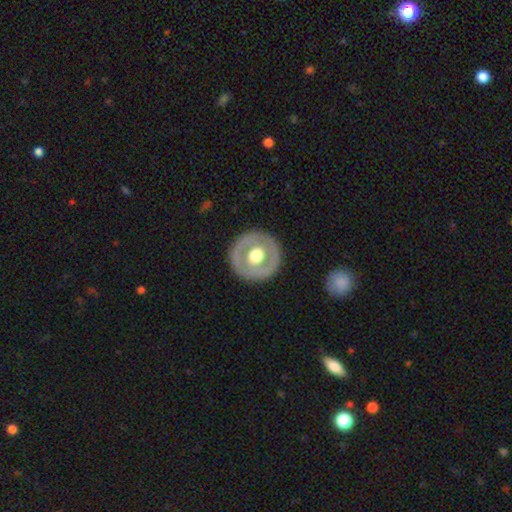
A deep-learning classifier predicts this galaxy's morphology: smooth_or_featured: featured or disk (p=0.55) [alt: smooth p=0.40]
disk_edge_on: no (p=0.94) [alt: yes p=0.06]
bar: no (p=0.85) [alt: weak p=0.11]
has_spiral_arms: no (p=0.90) [alt: yes p=0.10]
bulge_size: moderate (p=0.56) [alt: large p=0.37]
merging: none (p=0.86) [alt: minor disturbance p=0.09]